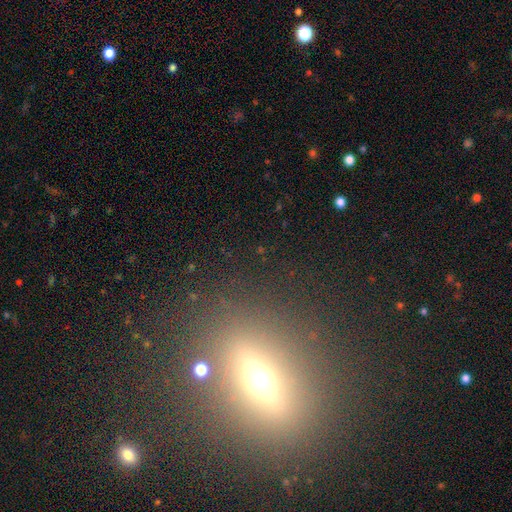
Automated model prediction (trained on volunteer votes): Overall: featured or disk (54%; smooth 24%). Edge-on disk: yes (78%). Merging: none (85%).